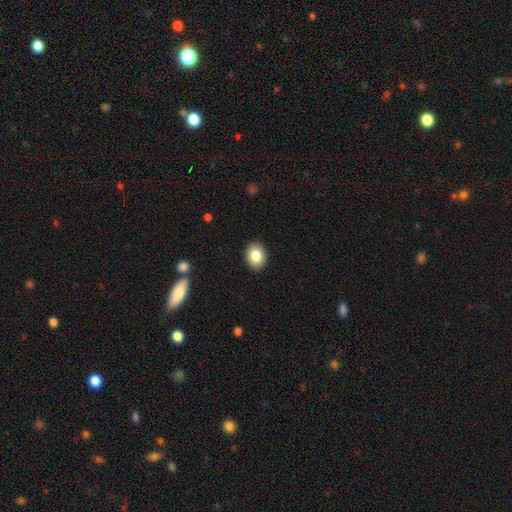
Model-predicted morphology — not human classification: This appears to be a smooth galaxy with no disk features (84%) that is in between round and cigar-shaped (60%). Merging: none (90%).